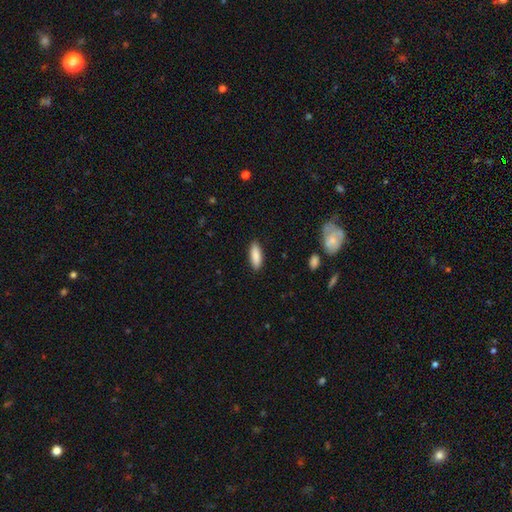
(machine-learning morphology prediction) smooth 87%, featured or disk 7%, star or artifact 6%. Down the decision tree: how rounded — in between (66%); merging — none (89%).